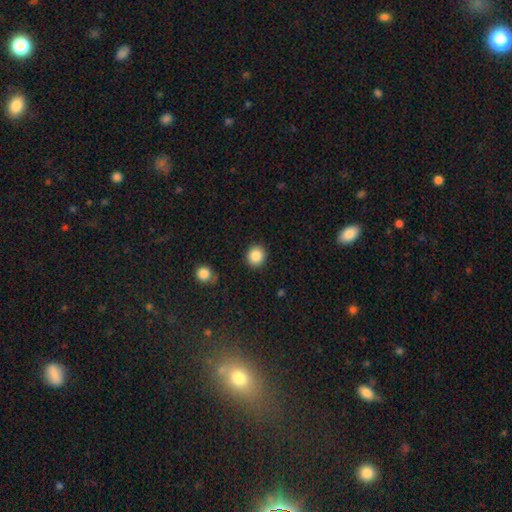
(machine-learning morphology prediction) This is clearly a smooth galaxy (87%). How rounded: clearly round (89%). Merging: clearly none (91%).